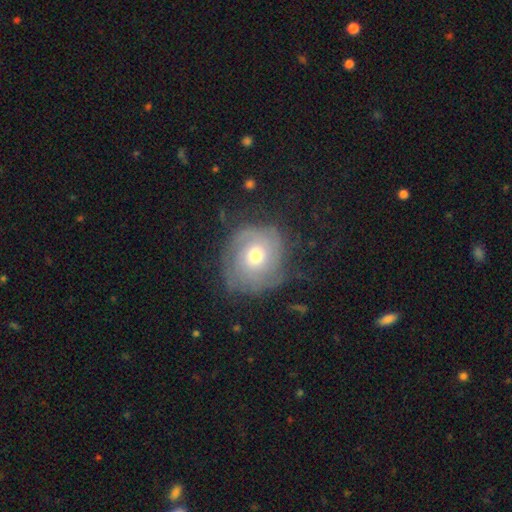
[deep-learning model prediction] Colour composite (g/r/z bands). It shows a featured or disk galaxy (64%) with no bar (82%), tight (67%) spiral arms (82%) and a moderate central bulge (72%). Merging: none (69%).